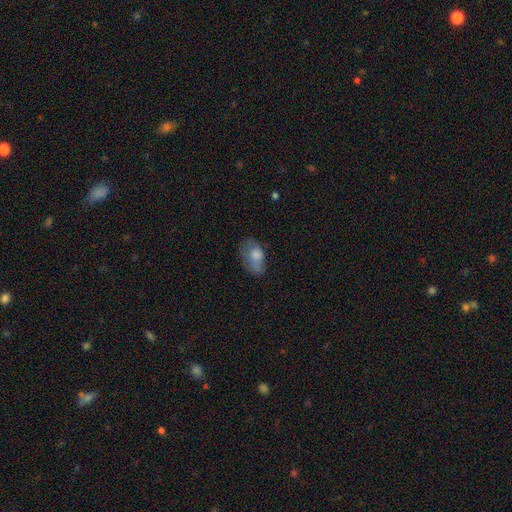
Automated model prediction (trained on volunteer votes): Overall: smooth (70%). How rounded: in between (87%). Merging: none (39%; minor disturbance 31%).